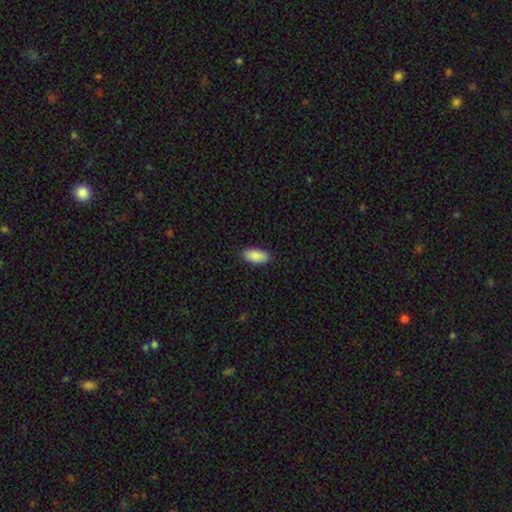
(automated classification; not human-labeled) smooth-or-featured: smooth: 90% | star or artifact: 6% | featured or disk: 4%
  how-rounded: in between: 92% | cigar-shaped: 6% | round: 2%
  merging: none: 89% | minor disturbance: 8% | major disturbance: 2% | merger: 1%